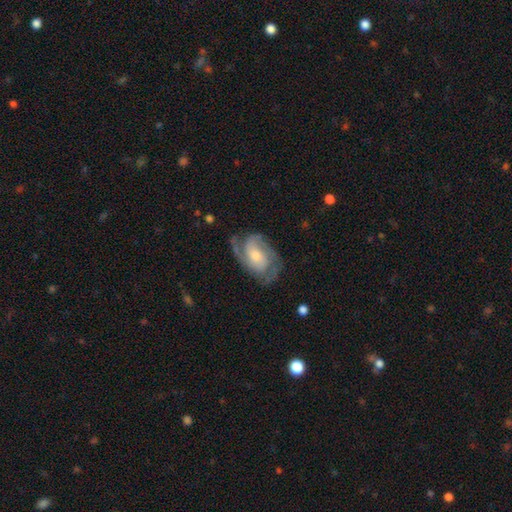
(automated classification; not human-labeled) Smooth or featured? featured or disk (82%)
Edge-on disk? no (97%)
Bar? no (58%)
Spiral arms? yes (95%)
Spiral winding? medium (45%)
Spiral arm count? 2 (65%)
Bulge size? moderate (52%)
Merging? none (67%)